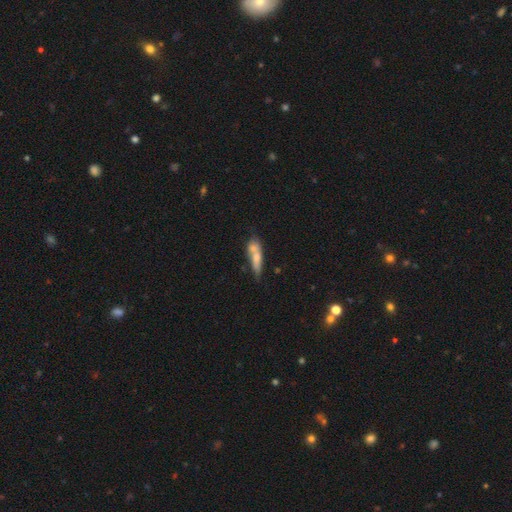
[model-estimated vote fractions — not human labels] Smooth or featured? smooth (62%)
How rounded? cigar-shaped (66%)
Merging? none (38%)